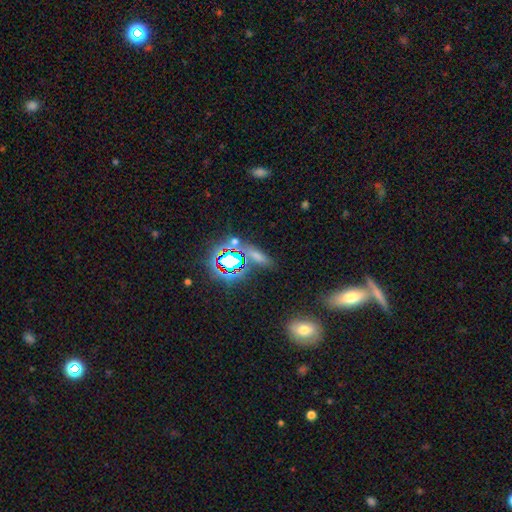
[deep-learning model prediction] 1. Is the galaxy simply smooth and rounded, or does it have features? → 47% smooth, 40% star or artifact, 13% featured or disk.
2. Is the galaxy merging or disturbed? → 74% none, 12% minor disturbance, 8% merger, 6% major disturbance.